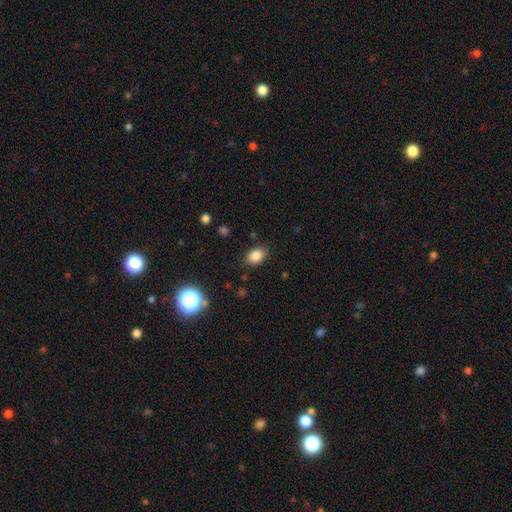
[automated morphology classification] A smooth galaxy with no disk features (84%) that is in between round and cigar-shaped (82%).

Vote fractions:
- Smooth or featured? smooth: 84% / star or artifact: 10% / featured or disk: 5%
- How rounded? in between: 82% / round: 17% / cigar-shaped: 1%
- Merging? none: 84% / minor disturbance: 12% / major disturbance: 3% / merger: 1%